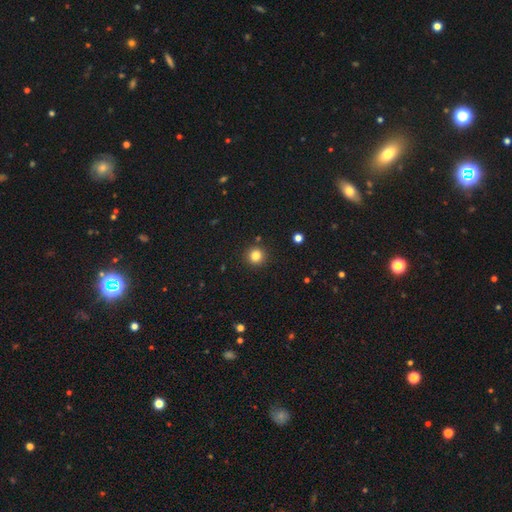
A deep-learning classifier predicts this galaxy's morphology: This is clearly a smooth galaxy (82%). How rounded: clearly round (94%). Merging: clearly none (91%).